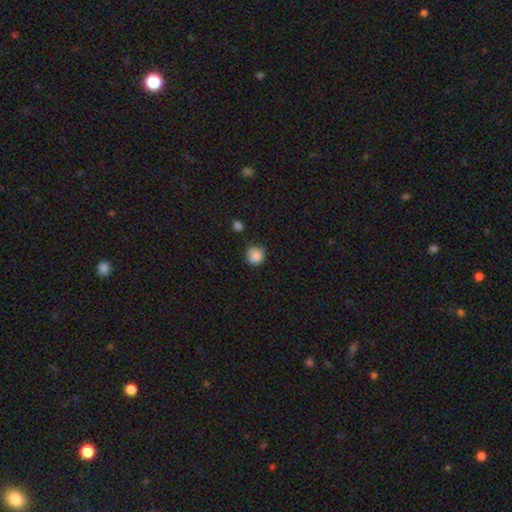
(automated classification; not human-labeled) Q: Smooth or featured?
A: smooth (86%); runner-up: star or artifact (9%)
Q: How rounded?
A: round (92%); runner-up: in between (7%)
Q: Merging?
A: none (78%); runner-up: minor disturbance (17%)